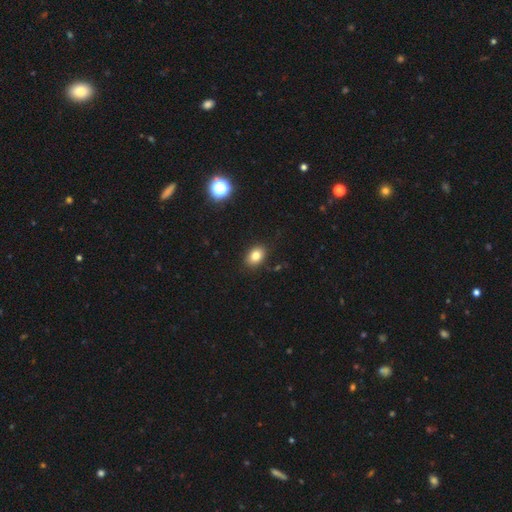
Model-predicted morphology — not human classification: smooth_or_featured: smooth (p=0.82) [alt: star or artifact p=0.11]
how_rounded: in between (p=0.73) [alt: round p=0.26]
merging: none (p=0.87) [alt: minor disturbance p=0.09]